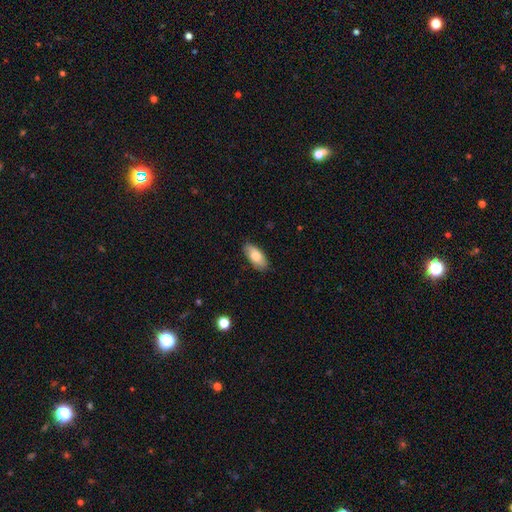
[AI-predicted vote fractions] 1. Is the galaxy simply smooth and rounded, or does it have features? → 76% smooth, 17% featured or disk, 6% star or artifact.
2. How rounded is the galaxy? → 90% in between, 8% cigar-shaped, 2% round.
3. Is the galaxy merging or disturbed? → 84% none, 13% minor disturbance, 2% major disturbance, 1% merger.